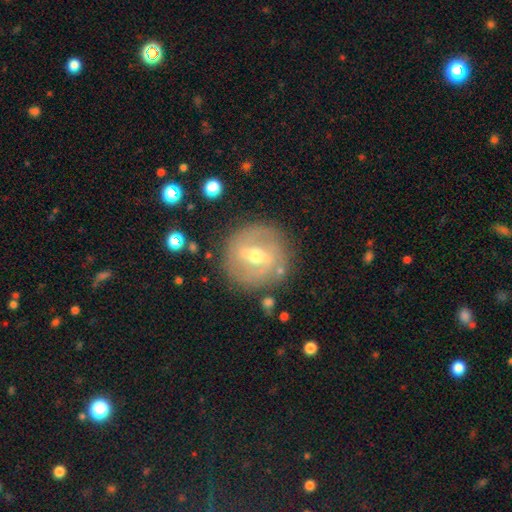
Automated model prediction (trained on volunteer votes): Smooth or featured? featured or disk (69%)
Edge-on disk? no (91%)
Bar? weak (46%)
Spiral arms? yes (56%)
Bulge size? moderate (67%)
Merging? none (82%)